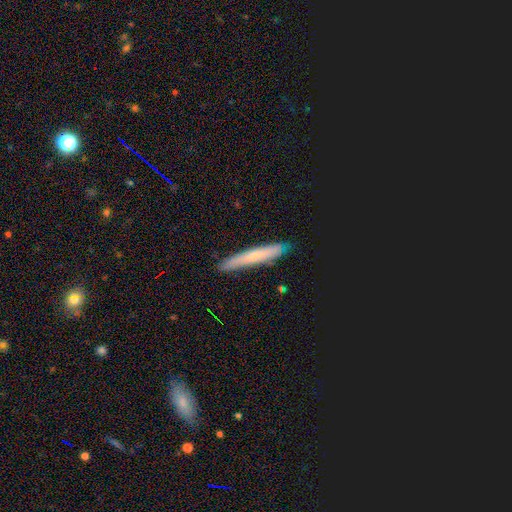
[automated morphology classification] Overall: smooth (57%; featured or disk 33%). How rounded: cigar-shaped (94%). Merging: none (87%).